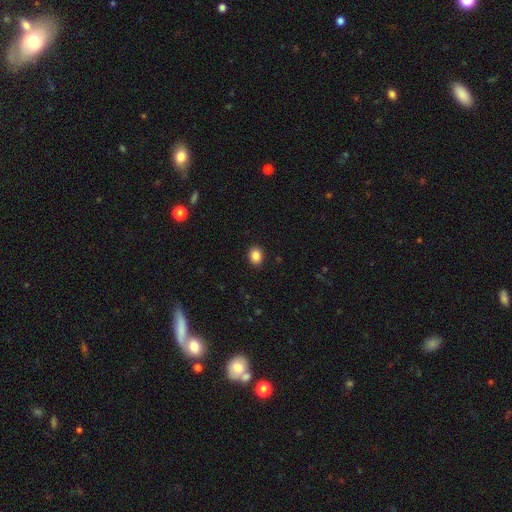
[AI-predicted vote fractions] Q: Smooth or featured?
A: smooth (87%); runner-up: star or artifact (9%)
Q: How rounded?
A: in between (53%); runner-up: round (46%)
Q: Merging?
A: none (91%); runner-up: minor disturbance (6%)